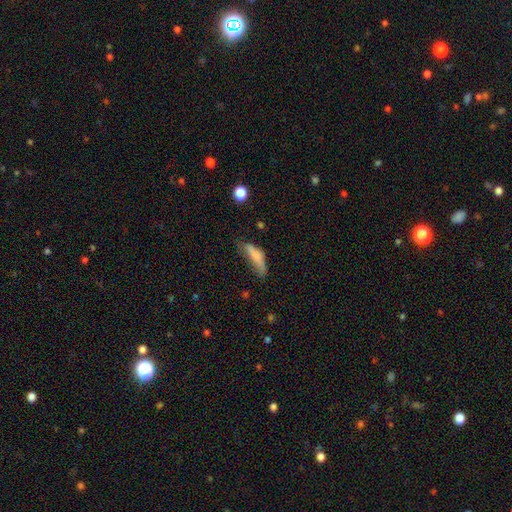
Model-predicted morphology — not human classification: type=smooth (70%); roundness=cigar-shaped (54%); merging=minor disturbance (33%).